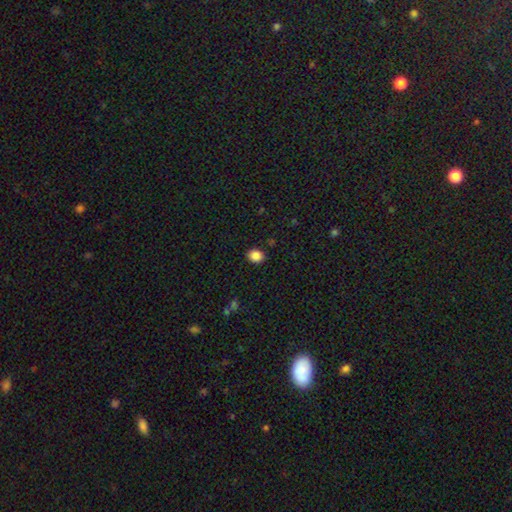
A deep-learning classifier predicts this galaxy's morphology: This is clearly a smooth galaxy (86%). How rounded: possibly round (56%). Merging: clearly none (89%).